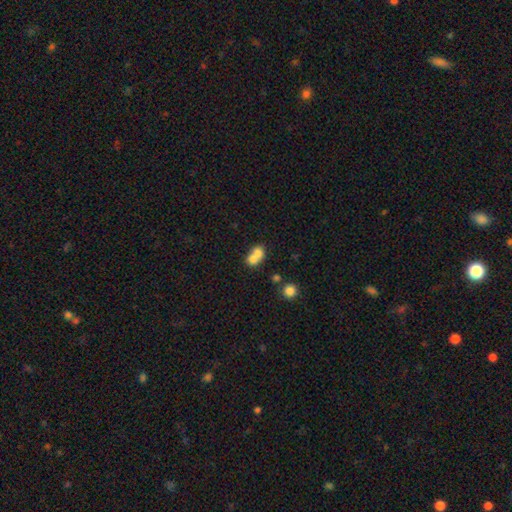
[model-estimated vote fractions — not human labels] Smooth or featured? smooth (72%)
How rounded? round (65%)
Merging? merger (69%)